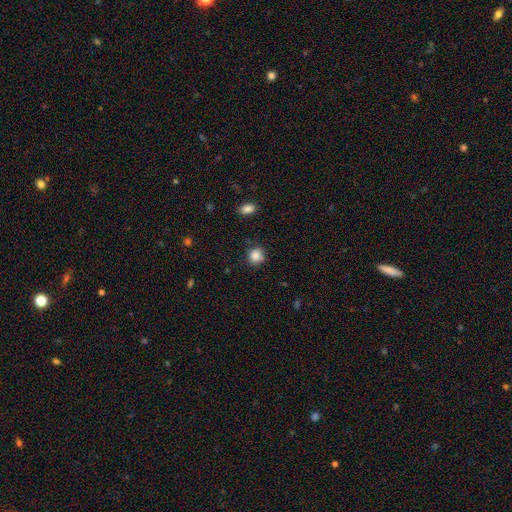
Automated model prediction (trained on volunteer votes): This appears to be a smooth galaxy with no disk features (86%) that is round (84%). Merging: none (78%).